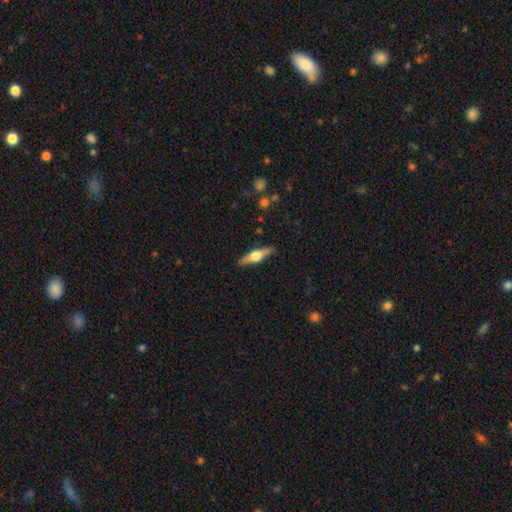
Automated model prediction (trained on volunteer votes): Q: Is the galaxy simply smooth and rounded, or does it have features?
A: featured or disk — 64%.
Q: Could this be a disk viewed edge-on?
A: yes — 96%.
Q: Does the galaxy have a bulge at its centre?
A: rounded — 94%.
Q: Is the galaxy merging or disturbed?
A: none — 89%.